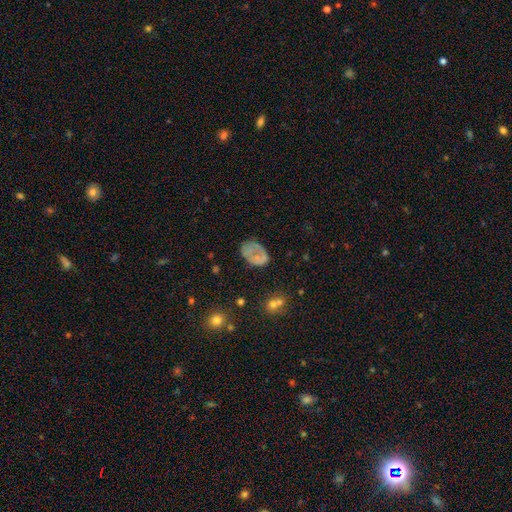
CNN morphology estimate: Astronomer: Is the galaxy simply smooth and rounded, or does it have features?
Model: smooth — 56% (runner-up: featured or disk, 32%).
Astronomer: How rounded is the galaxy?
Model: in between — 79%.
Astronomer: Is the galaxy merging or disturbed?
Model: none — 51% (runner-up: minor disturbance, 27%).